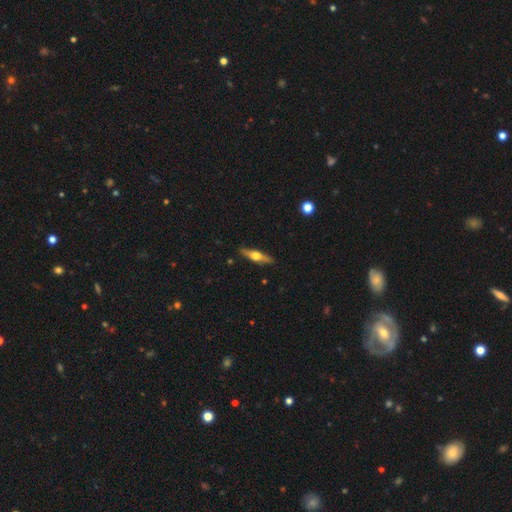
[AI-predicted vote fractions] Smooth or featured? featured or disk (62%)
Edge-on disk? yes (94%)
Edge-on bulge? rounded (94%)
Merging? none (88%)